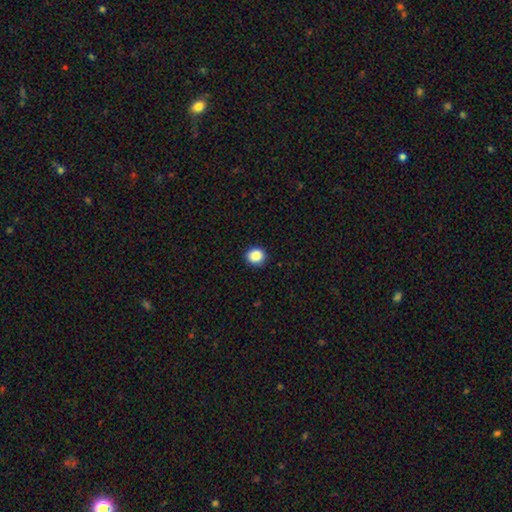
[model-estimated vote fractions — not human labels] Smooth or featured? smooth (88%)
How rounded? round (88%)
Merging? none (92%)